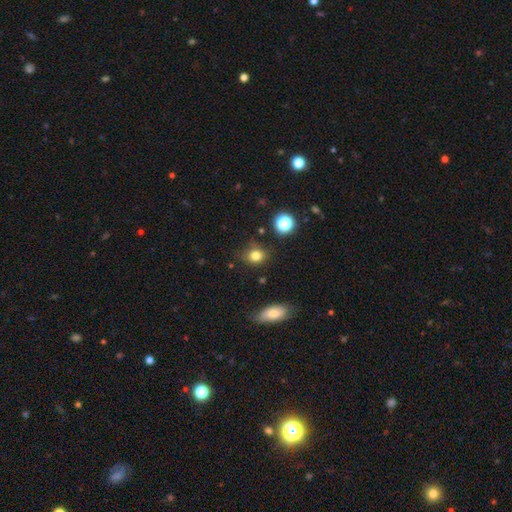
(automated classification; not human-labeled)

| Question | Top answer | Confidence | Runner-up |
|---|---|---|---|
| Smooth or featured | smooth | 80% | star or artifact (13%) |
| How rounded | round | 60% | in between (39%) |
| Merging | none | 72% | minor disturbance (20%) |